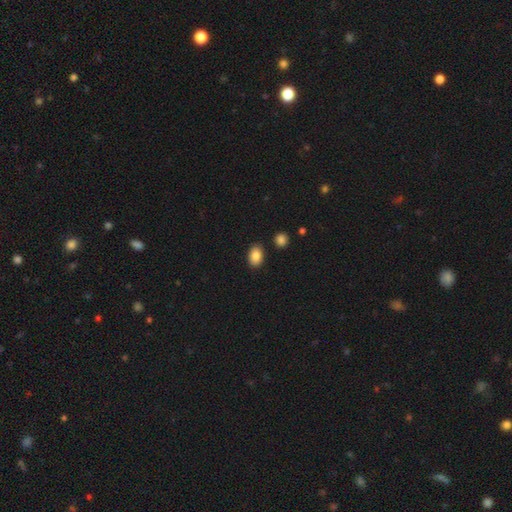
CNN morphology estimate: Smooth or featured: smooth — 87% (star or artifact — 8%)
How rounded: in between — 84% (round — 15%)
Merging: none — 86% (minor disturbance — 9%)